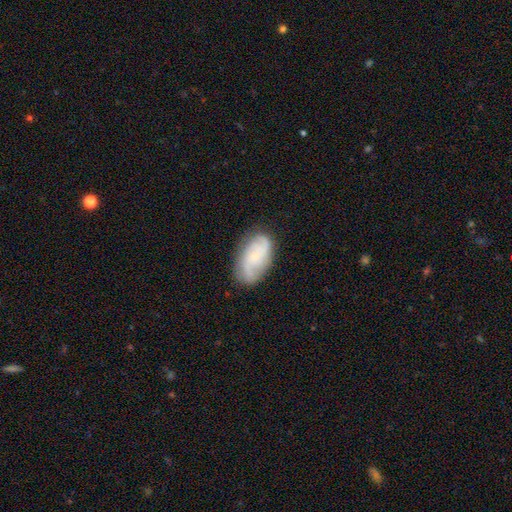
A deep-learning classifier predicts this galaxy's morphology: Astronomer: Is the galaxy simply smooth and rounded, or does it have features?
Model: featured or disk — 62%.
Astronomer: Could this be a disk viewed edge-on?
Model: no — 97%.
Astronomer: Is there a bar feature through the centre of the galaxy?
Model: no — 64%.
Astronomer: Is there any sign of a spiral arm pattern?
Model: yes — 93%.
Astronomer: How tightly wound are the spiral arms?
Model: medium — 43% (runner-up: loose, 29%).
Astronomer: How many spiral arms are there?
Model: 2 — 47%.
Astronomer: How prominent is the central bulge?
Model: small — 48% (runner-up: none, 28%).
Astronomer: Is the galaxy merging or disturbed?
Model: none — 74%.